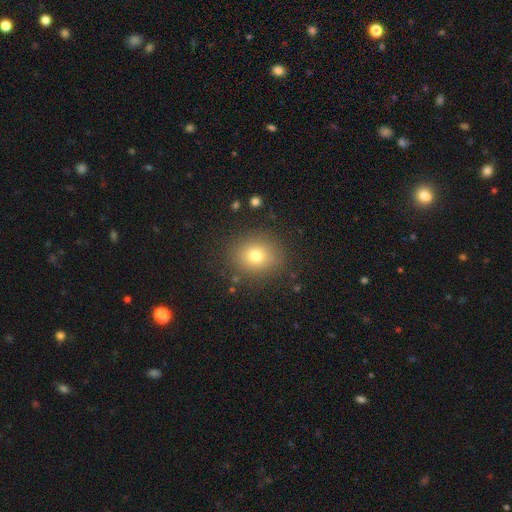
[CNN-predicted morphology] This appears to be a smooth galaxy with no disk features (73%) that is round (73%). Merging: none (86%).